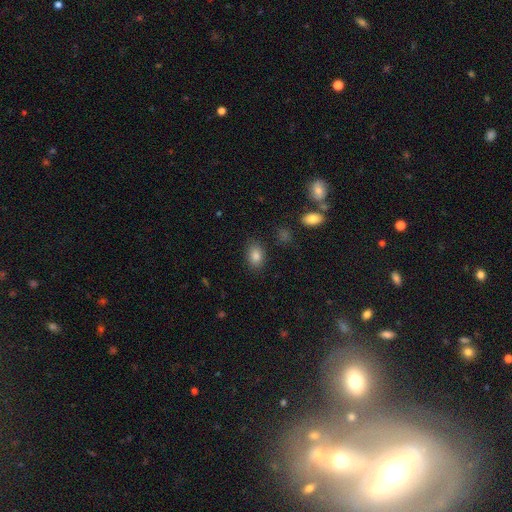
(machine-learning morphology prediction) smooth_or_featured: smooth (p=0.85) [alt: star or artifact p=0.09]
how_rounded: in between (p=0.83) [alt: round p=0.16]
merging: none (p=0.85) [alt: minor disturbance p=0.11]